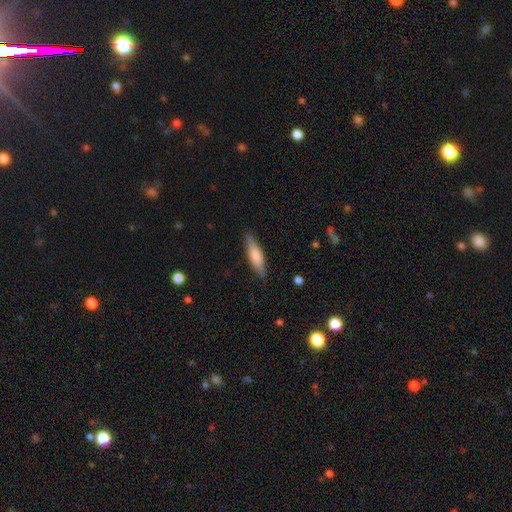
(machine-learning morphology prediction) A smooth galaxy with no disk features (73%) that is cigar-shaped (69%). Merging: none (86%).